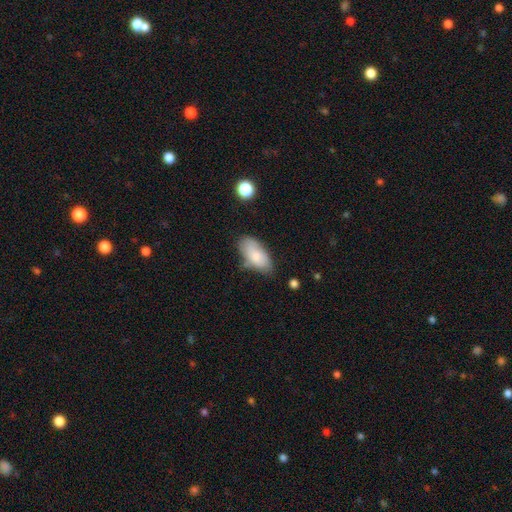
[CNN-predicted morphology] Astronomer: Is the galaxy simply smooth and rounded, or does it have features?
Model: smooth — 79%.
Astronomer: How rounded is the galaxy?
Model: in between — 93%.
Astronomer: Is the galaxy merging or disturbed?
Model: none — 61%.